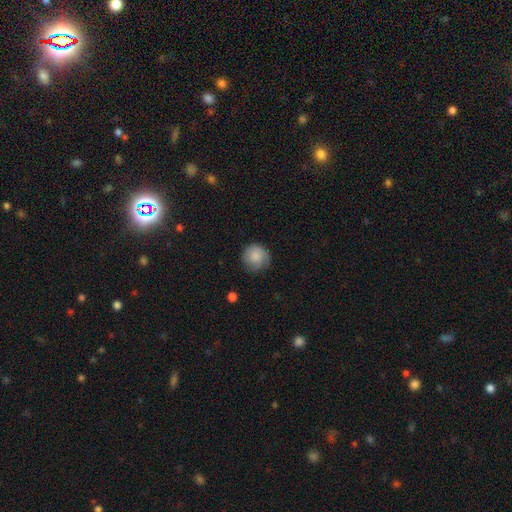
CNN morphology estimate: A smooth galaxy with no disk features (80%) that is round (92%). Merging: none (73%).